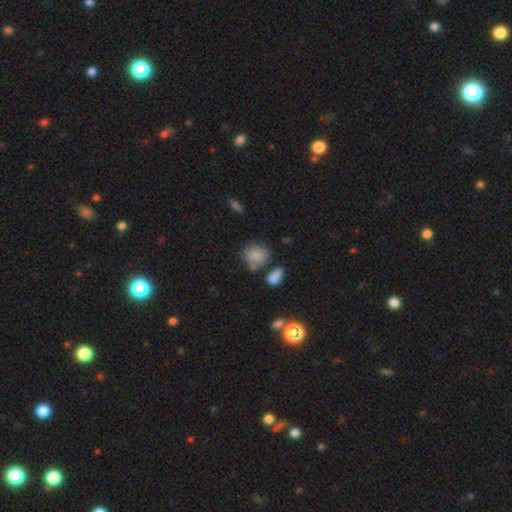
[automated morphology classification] smooth-or-featured: smooth: 84% | star or artifact: 9% | featured or disk: 7%
  how-rounded: round: 64% | in between: 35% | cigar-shaped: 1%
  merging: none: 56% | minor disturbance: 20% | merger: 17% | major disturbance: 7%